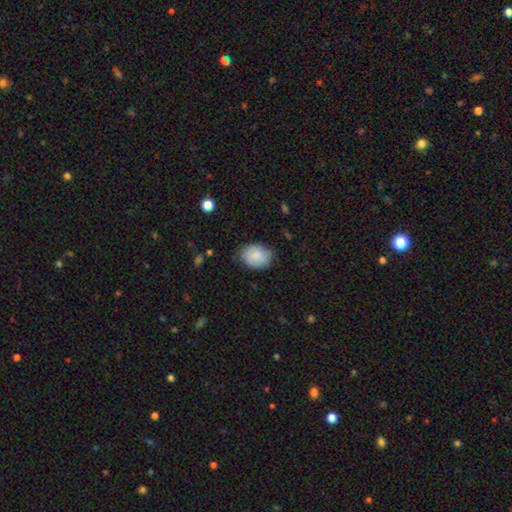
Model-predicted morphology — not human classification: A smooth galaxy with no disk features (82%) that is in between round and cigar-shaped (64%). Merging: none (74%).